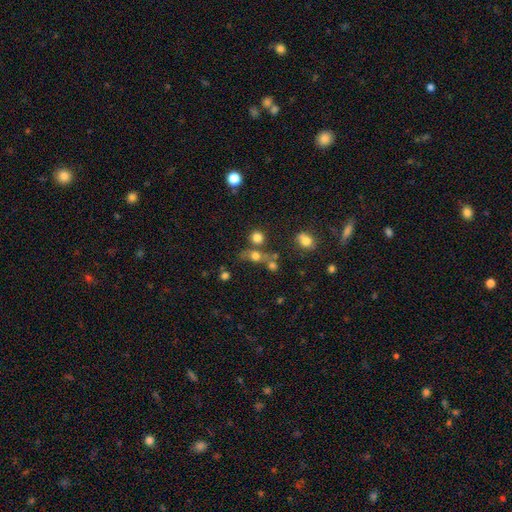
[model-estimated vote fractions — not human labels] Q: Smooth or featured?
A: smooth (68%); runner-up: star or artifact (19%)
Q: How rounded?
A: round (72%); runner-up: in between (25%)
Q: Merging?
A: none (48%); runner-up: merger (32%)